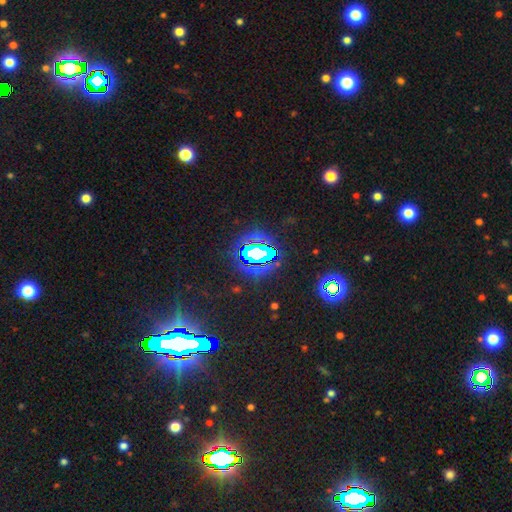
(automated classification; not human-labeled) smooth-or-featured: star or artifact: 70% | smooth: 17% | featured or disk: 13%